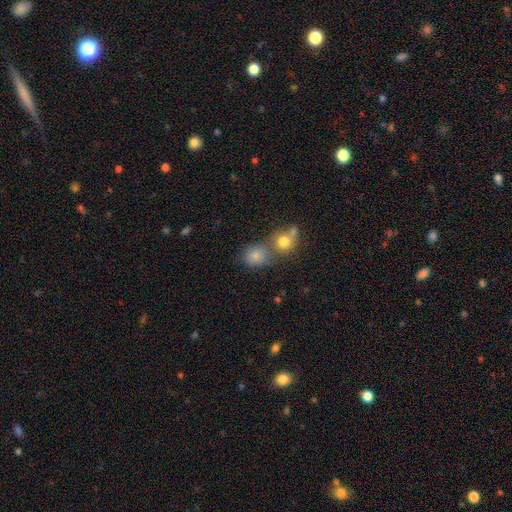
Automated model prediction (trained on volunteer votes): Smooth or featured?
  - smooth: 80% *
  - star or artifact: 11%
  - featured or disk: 9%
How rounded?
  - round: 65% *
  - in between: 33%
  - cigar-shaped: 1%
Merging?
  - none: 43% *
  - merger: 42%
  - minor disturbance: 10%
  - major disturbance: 4%